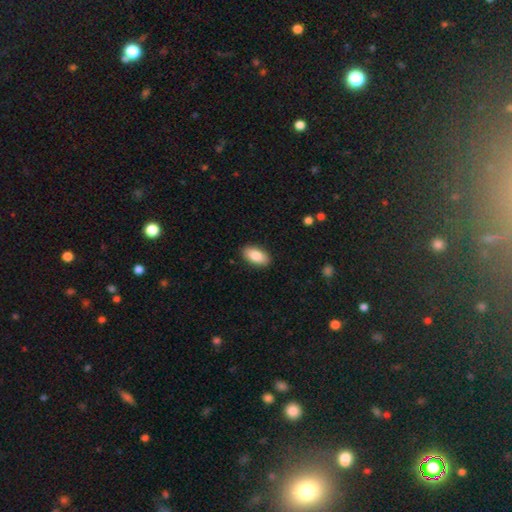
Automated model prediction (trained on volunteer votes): Morphology: type=smooth (86%); roundness=in between (93%); merging=none (89%).